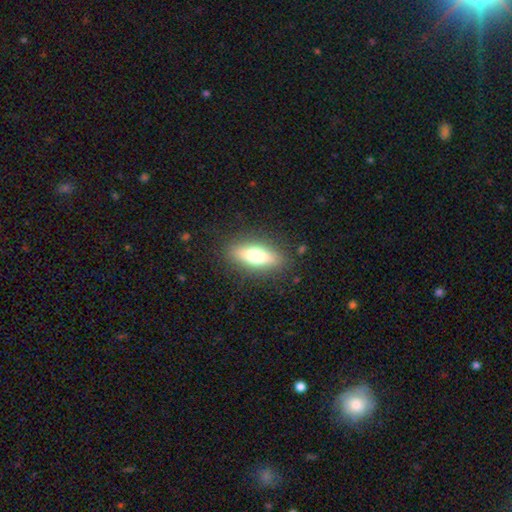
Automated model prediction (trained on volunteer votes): Smooth or featured? smooth (61%)
How rounded? in between (64%)
Merging? none (86%)